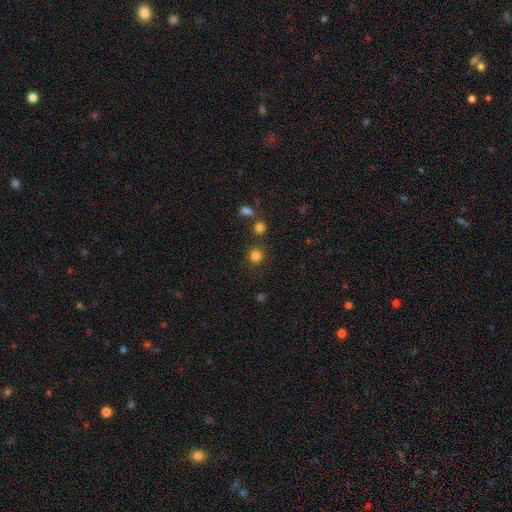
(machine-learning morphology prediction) Q: Smooth or featured?
A: smooth (81%); runner-up: star or artifact (14%)
Q: How rounded?
A: round (91%); runner-up: in between (8%)
Q: Merging?
A: none (83%); runner-up: minor disturbance (7%)